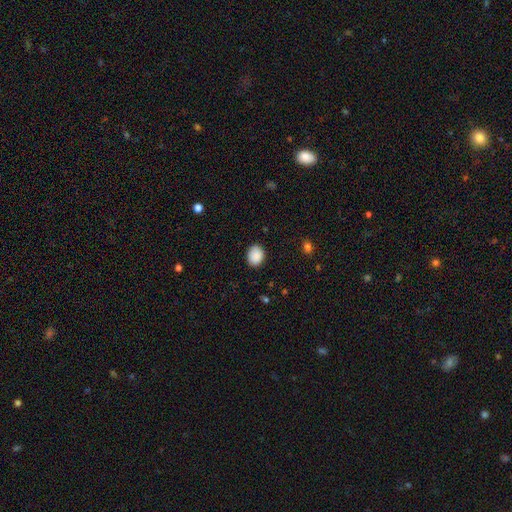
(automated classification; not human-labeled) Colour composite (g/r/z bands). It shows a smooth galaxy with no disk features (89%) that is in between round and cigar-shaped (54%). Merging: none (86%).